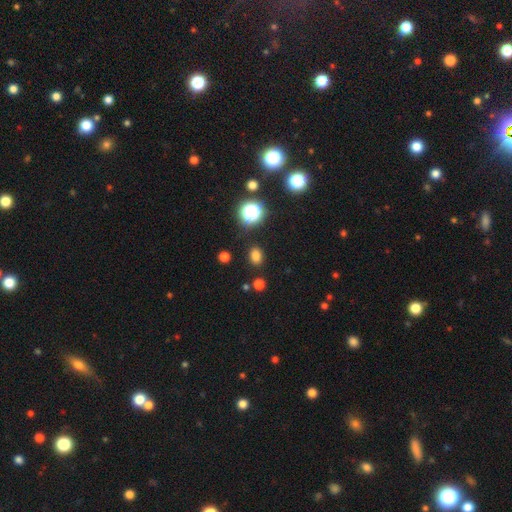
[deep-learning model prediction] This is likely a smooth galaxy (77%). How rounded: likely in between (63%). Merging: clearly none (86%).